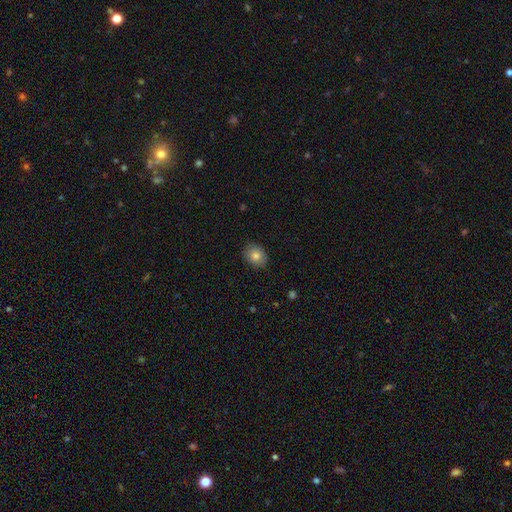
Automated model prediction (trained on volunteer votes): A smooth galaxy with no disk features (81%) that is in between round and cigar-shaped (51%).

Vote fractions:
- Smooth or featured? smooth: 81% / featured or disk: 10% / star or artifact: 9%
- How rounded? in between: 51% / round: 48% / cigar-shaped: 1%
- Merging? none: 85% / minor disturbance: 12% / major disturbance: 2% / merger: 1%